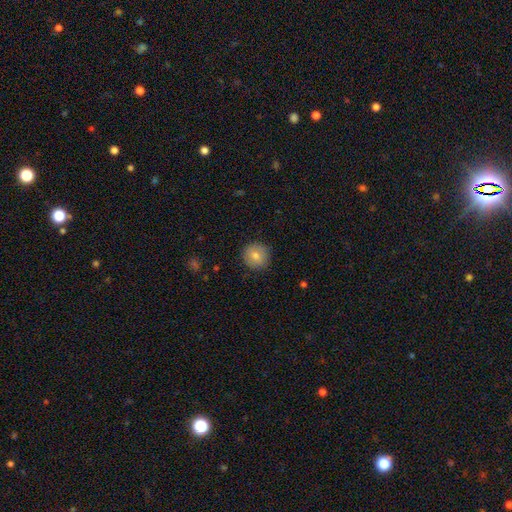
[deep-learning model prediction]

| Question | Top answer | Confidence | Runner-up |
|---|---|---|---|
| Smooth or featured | smooth | 80% | featured or disk (11%) |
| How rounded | round | 93% | in between (6%) |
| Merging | none | 89% | minor disturbance (8%) |